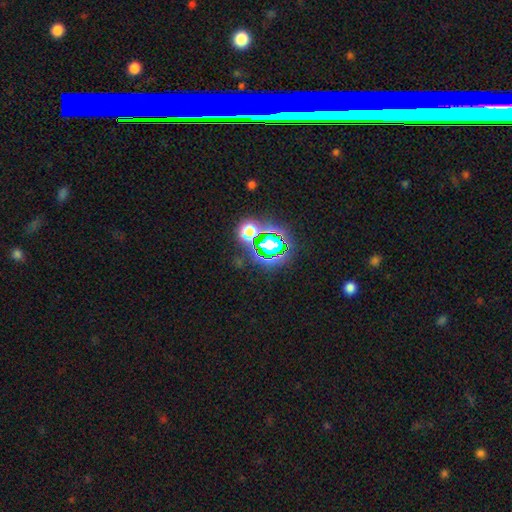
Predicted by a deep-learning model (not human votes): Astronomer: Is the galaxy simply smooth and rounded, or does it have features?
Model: star or artifact — 61%.